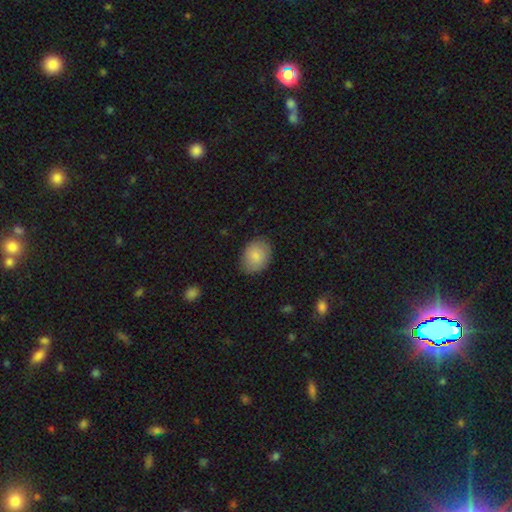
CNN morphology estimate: The model was most divided on "how rounded": in between: 66%, round: 33%, cigar-shaped: 1%. More confident: smooth or featured — smooth (85%); merging — none (82%).